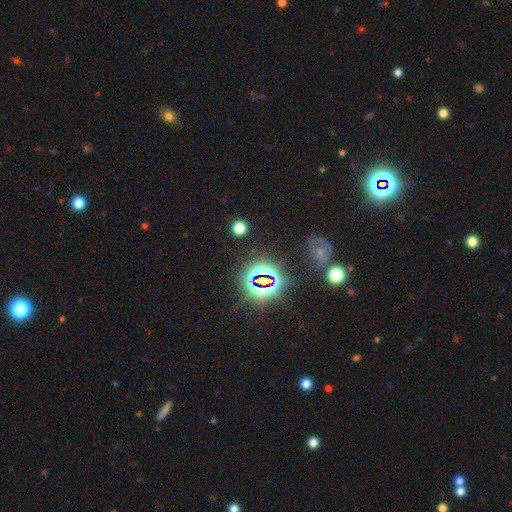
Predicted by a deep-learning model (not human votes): Morphology: type=star or artifact (80%).